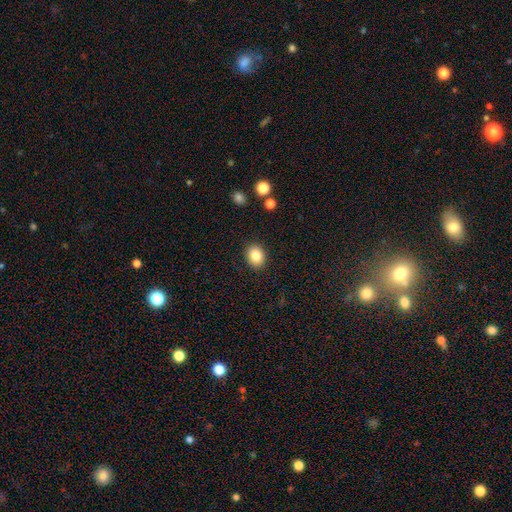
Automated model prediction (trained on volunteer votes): Overall: smooth (85%). How rounded: round (50%, tied with in between). Merging: none (89%).